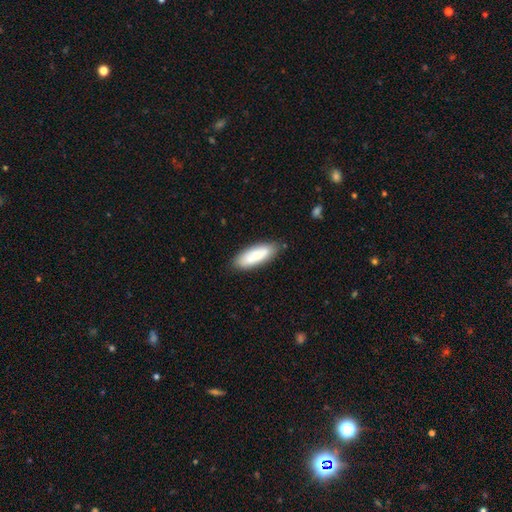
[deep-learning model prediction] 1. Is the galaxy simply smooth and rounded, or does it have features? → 78% smooth, 16% featured or disk, 6% star or artifact.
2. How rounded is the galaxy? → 65% in between, 33% cigar-shaped, 2% round.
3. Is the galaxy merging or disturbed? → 82% none, 13% minor disturbance, 3% major disturbance, 2% merger.